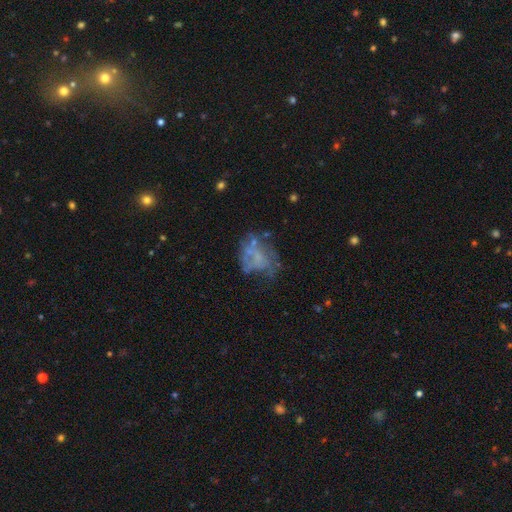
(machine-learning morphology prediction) Smooth or featured? featured or disk (54%)
Edge-on disk? no (98%)
Bar? no (87%)
Spiral arms? no (83%)
Bulge size? none (72%)
Merging? none (37%)